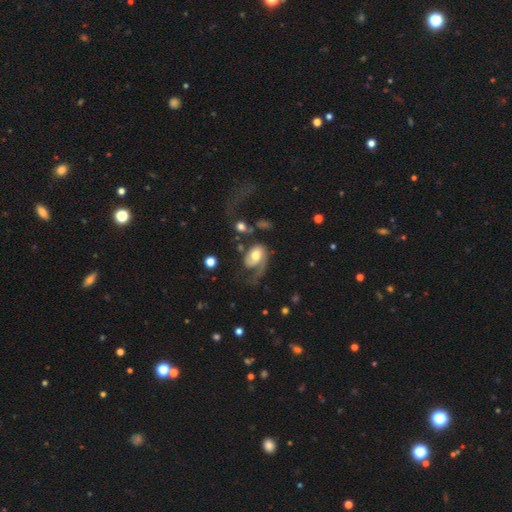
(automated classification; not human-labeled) Morphology: type=featured or disk (67%); edge-on=no (97%); bar=no (69%); spiral arms=yes (85%); winding=loose (44%); arm count=1 (64%); bulge=moderate (65%); merging=major disturbance (43%).